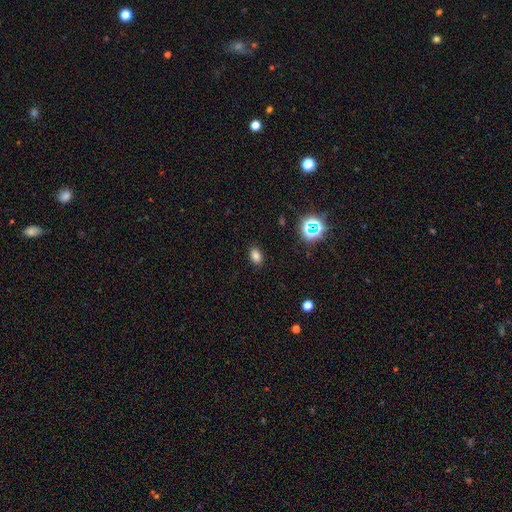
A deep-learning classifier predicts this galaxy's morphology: Smooth or featured? Predicted: smooth (p=0.78). How rounded? Predicted: in between (p=0.82). Merging? Predicted: none (p=0.88).